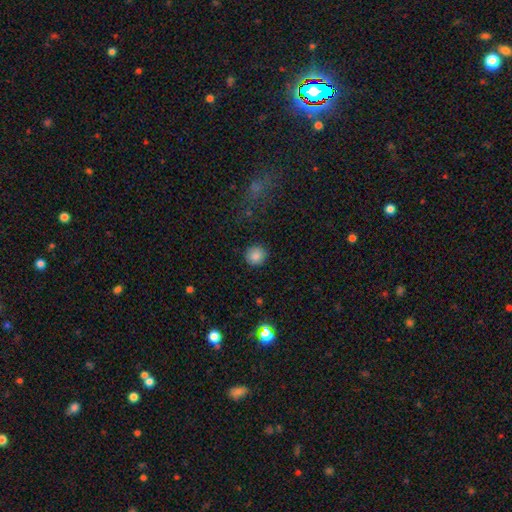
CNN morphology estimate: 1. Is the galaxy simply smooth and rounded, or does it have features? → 86% smooth, 10% star or artifact, 4% featured or disk.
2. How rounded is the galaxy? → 93% round, 6% in between, 1% cigar-shaped.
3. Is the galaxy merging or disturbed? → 90% none, 7% minor disturbance, 2% major disturbance, 1% merger.